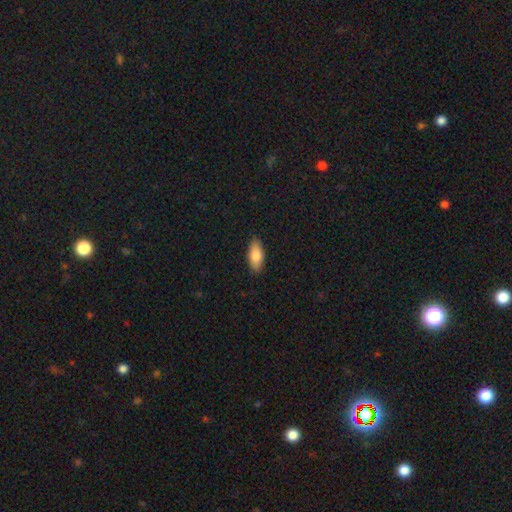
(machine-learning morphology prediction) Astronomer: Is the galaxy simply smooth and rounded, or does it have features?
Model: smooth — 81%.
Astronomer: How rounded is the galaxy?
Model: in between — 83%.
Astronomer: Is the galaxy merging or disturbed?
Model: none — 88%.